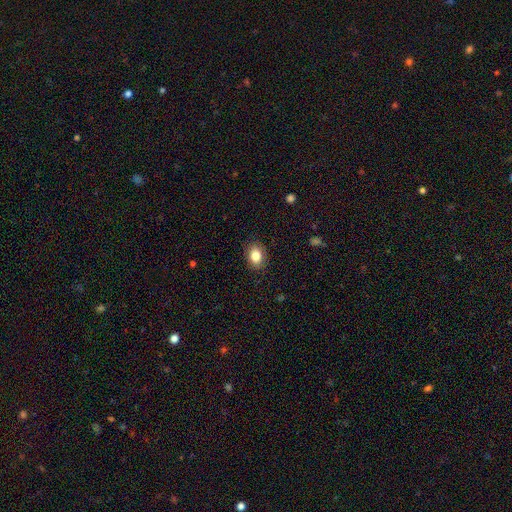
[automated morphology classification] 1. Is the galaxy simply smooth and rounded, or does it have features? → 84% smooth, 8% star or artifact, 8% featured or disk.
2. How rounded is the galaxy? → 72% in between, 27% round, 1% cigar-shaped.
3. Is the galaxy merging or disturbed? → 87% none, 9% minor disturbance, 2% major disturbance, 1% merger.